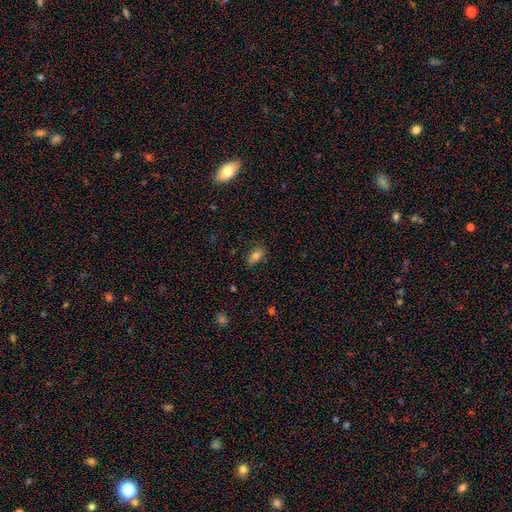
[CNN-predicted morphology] A smooth galaxy with no disk features (76%) that is in between round and cigar-shaped (86%). Merging: none (77%).